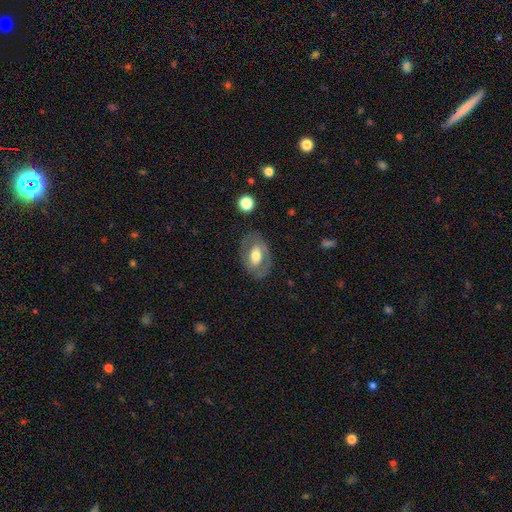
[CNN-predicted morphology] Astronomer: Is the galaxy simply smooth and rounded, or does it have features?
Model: featured or disk — 47% (runner-up: smooth, 46%).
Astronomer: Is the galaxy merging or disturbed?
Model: none — 76%.